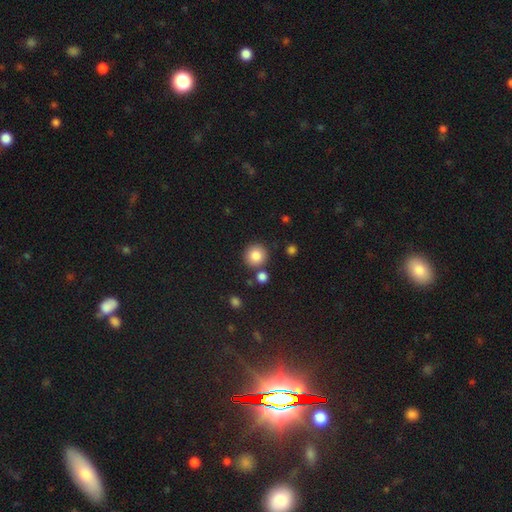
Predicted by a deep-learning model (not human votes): Q: Smooth or featured?
A: smooth (84%); runner-up: star or artifact (10%)
Q: How rounded?
A: round (93%); runner-up: in between (6%)
Q: Merging?
A: none (82%); runner-up: merger (8%)